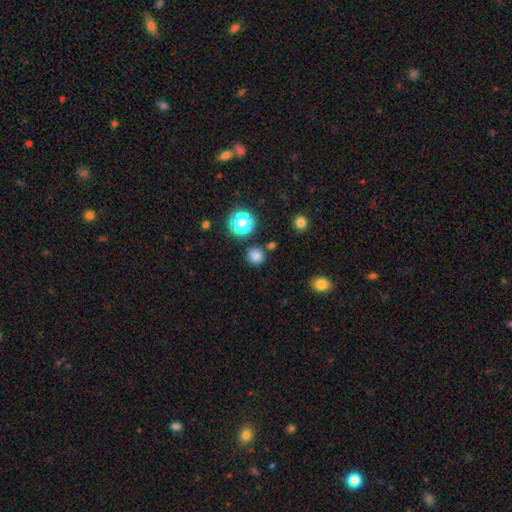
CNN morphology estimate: smooth 79%, star or artifact 17%, featured or disk 4%. Down the decision tree: how rounded — round (92%); merging — none (85%).